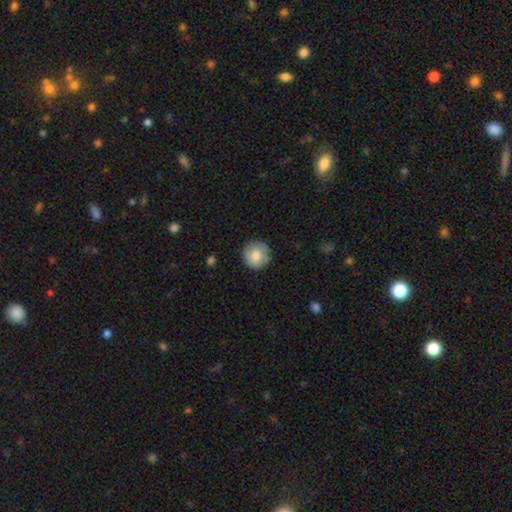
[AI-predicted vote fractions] Smooth or featured: smooth — 82% (featured or disk — 11%)
How rounded: round — 93% (in between — 6%)
Merging: none — 84% (minor disturbance — 12%)